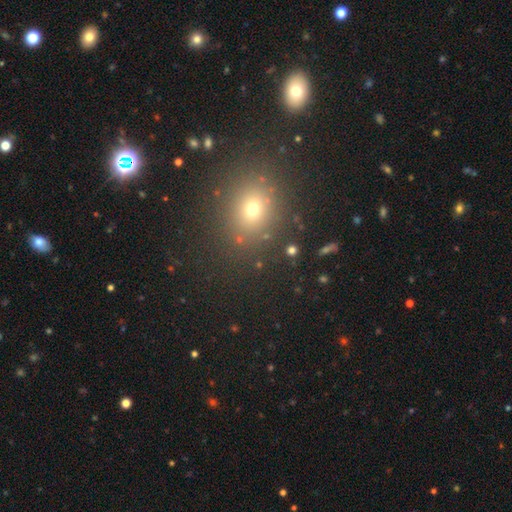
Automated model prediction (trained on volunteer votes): A smooth galaxy with no disk features (56%) that is round (60%). Merging: none (87%).